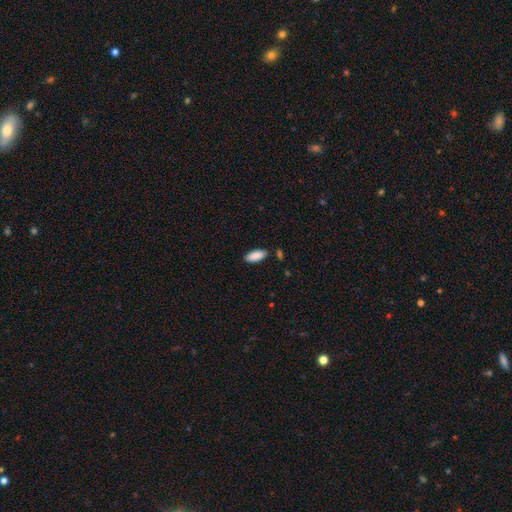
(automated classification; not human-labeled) Smooth or featured? smooth (90%)
How rounded? in between (84%)
Merging? none (85%)